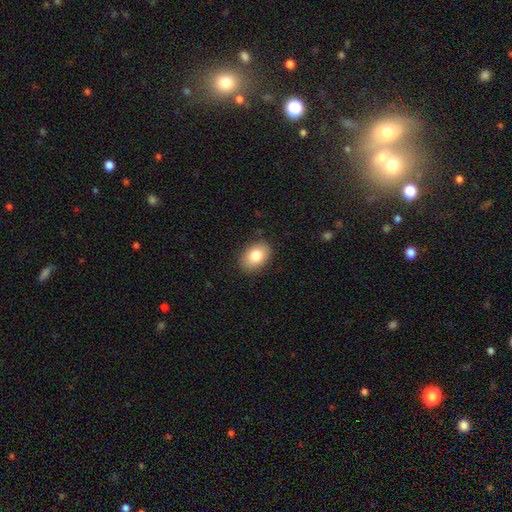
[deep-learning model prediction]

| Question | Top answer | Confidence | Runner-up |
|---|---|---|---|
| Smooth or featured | smooth | 81% | featured or disk (11%) |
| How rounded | in between | 81% | round (18%) |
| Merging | none | 87% | minor disturbance (9%) |